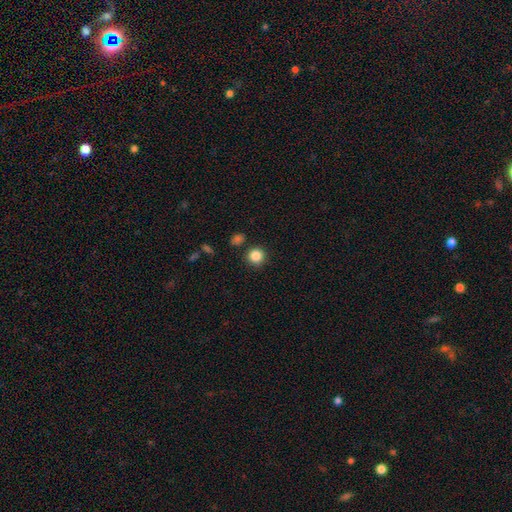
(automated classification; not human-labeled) Smooth or featured? smooth (86%)
How rounded? round (93%)
Merging? none (87%)